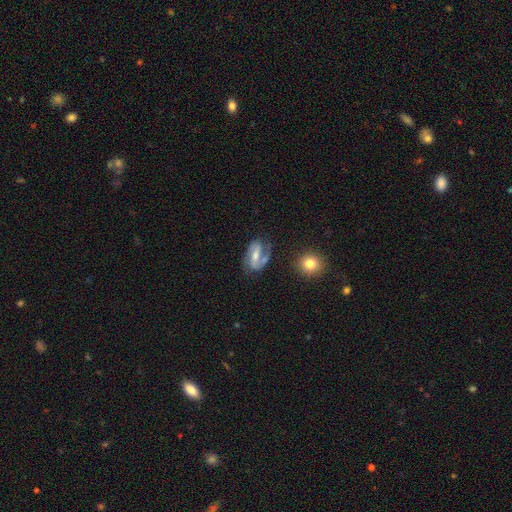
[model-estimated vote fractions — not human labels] smooth_or_featured: featured or disk (p=0.76) [alt: smooth p=0.18]
disk_edge_on: no (p=0.96) [alt: yes p=0.04]
bar: strong (p=0.42) [alt: weak p=0.38]
has_spiral_arms: yes (p=0.91) [alt: no p=0.09]
spiral_winding: medium (p=0.50) [alt: tight p=0.26]
spiral_arm_count: 2 (p=0.86) [alt: can't tell p=0.06]
bulge_size: moderate (p=0.53) [alt: small p=0.38]
merging: none (p=0.63) [alt: minor disturbance p=0.20]